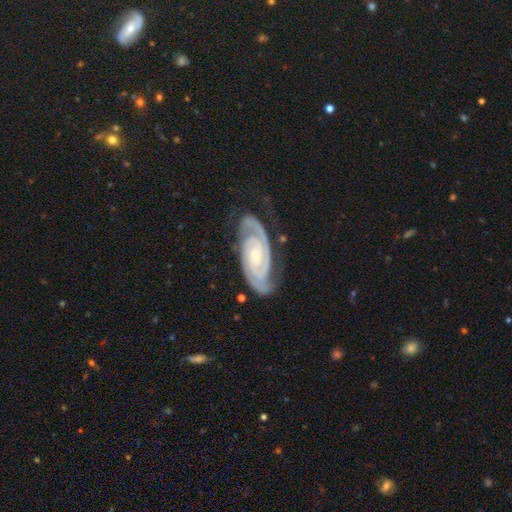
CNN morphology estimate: Smooth or featured? Predicted: featured or disk (p=0.92). Edge-on disk? Predicted: no (p=0.96). Bar? Predicted: no (p=0.52). Spiral arms? Predicted: yes (p=0.99). Spiral winding? Predicted: tight (p=0.78). Spiral arm count? Predicted: 2 (p=0.89). Bulge size? Predicted: small (p=0.63). Merging? Predicted: none (p=0.80).